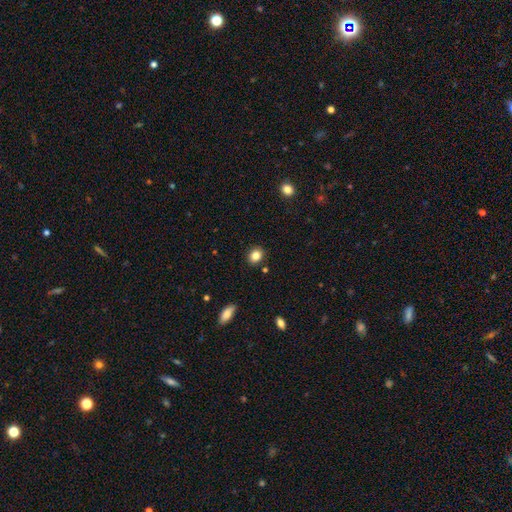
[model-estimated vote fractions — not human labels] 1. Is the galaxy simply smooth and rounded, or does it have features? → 84% smooth, 10% star or artifact, 6% featured or disk.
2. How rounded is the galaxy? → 59% round, 40% in between, 1% cigar-shaped.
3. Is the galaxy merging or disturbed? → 88% none, 8% minor disturbance, 2% merger, 2% major disturbance.